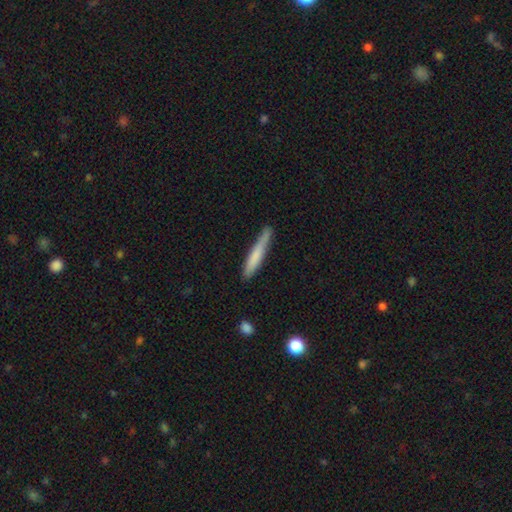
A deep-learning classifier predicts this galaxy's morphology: Smooth or featured: smooth — 72% (featured or disk — 22%)
How rounded: cigar-shaped — 94% (in between — 5%)
Merging: none — 78% (minor disturbance — 17%)